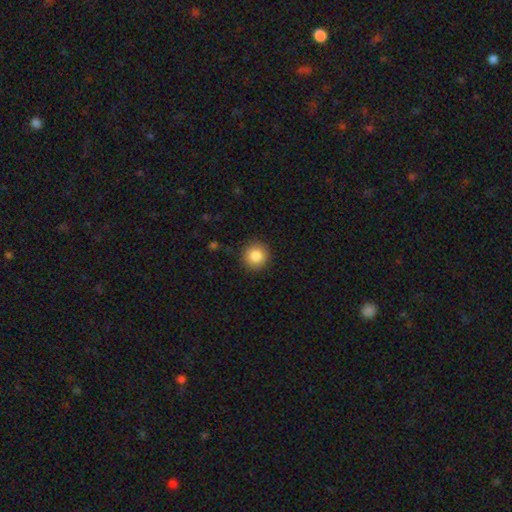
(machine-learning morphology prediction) Smooth or featured: smooth — 85% (star or artifact — 9%)
How rounded: round — 94% (in between — 5%)
Merging: none — 91% (minor disturbance — 6%)